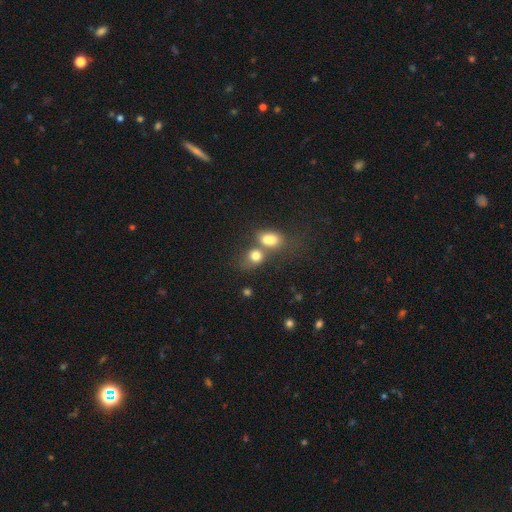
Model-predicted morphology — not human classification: Overall: smooth (76%). How rounded: round (52%; in between 46%). Merging: merger (58%; none 28%).